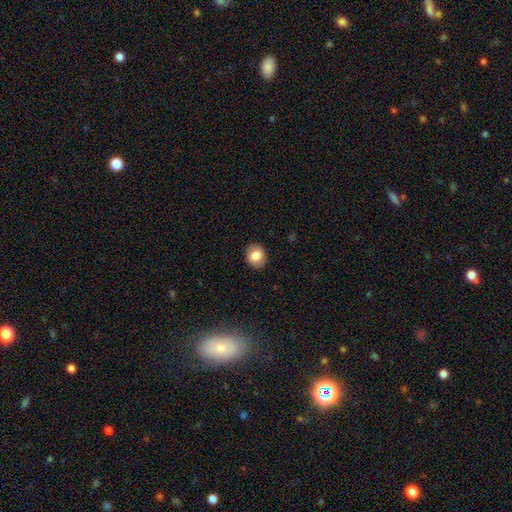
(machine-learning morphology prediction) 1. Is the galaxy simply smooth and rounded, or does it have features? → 82% smooth, 10% featured or disk, 8% star or artifact.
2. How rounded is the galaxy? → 70% round, 29% in between, 1% cigar-shaped.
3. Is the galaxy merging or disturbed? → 89% none, 8% minor disturbance, 2% major disturbance, 1% merger.